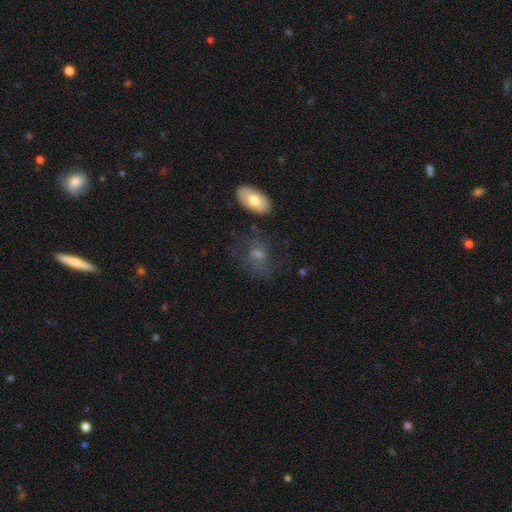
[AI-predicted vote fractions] This appears to be a featured or disk galaxy (42%). Merging: none (57%).